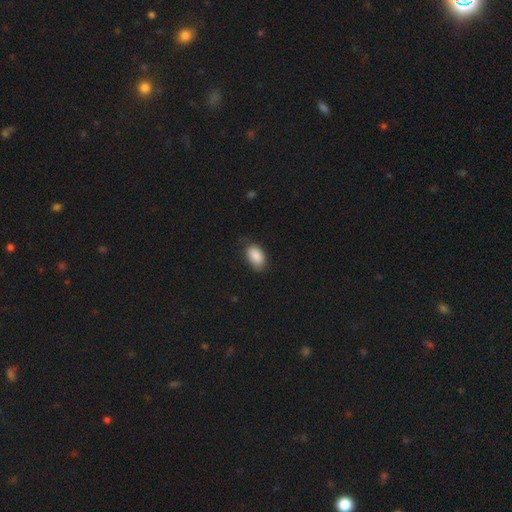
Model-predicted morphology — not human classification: smooth-or-featured: smooth: 88% | star or artifact: 7% | featured or disk: 5%
  how-rounded: in between: 92% | round: 6% | cigar-shaped: 1%
  merging: none: 73% | minor disturbance: 22% | major disturbance: 4% | merger: 1%